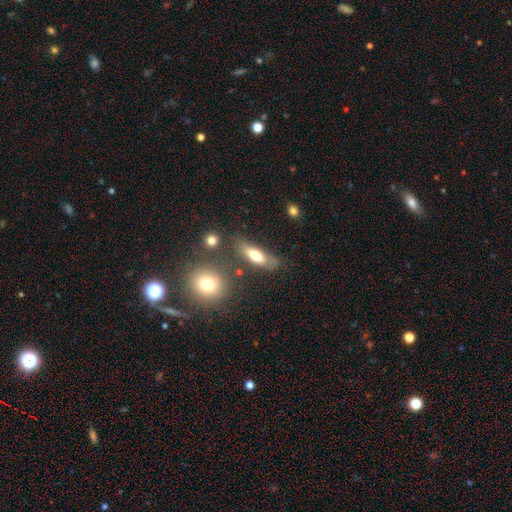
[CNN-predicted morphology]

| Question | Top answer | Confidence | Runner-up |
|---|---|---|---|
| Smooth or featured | smooth | 65% | featured or disk (27%) |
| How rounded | in between | 60% | cigar-shaped (35%) |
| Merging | none | 63% | minor disturbance (20%) |